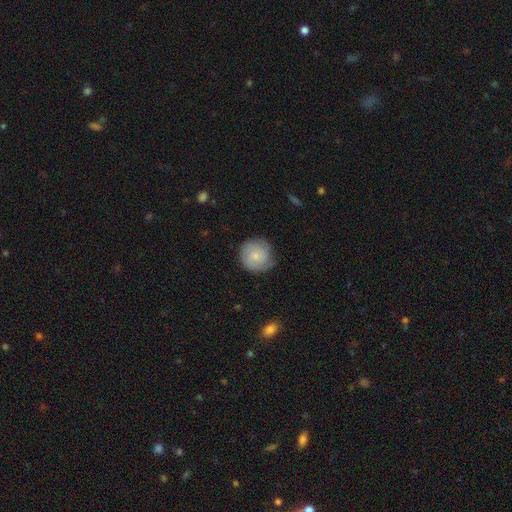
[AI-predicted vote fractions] The model was most divided on "smooth or featured": smooth: 59%, featured or disk: 34%, star or artifact: 7%. More confident: how rounded — round (93%); merging — none (74%).